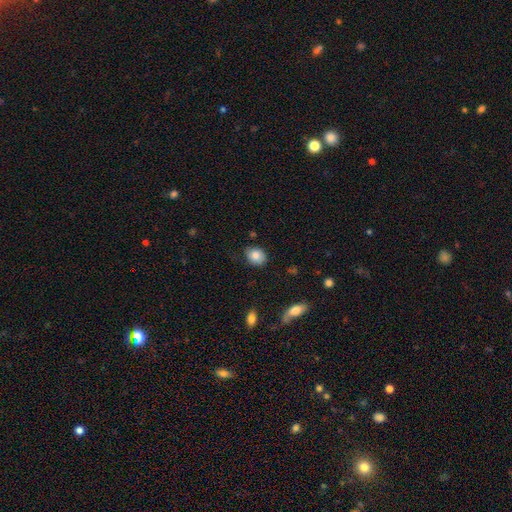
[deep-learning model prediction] Smooth or featured: smooth — 85% (star or artifact — 8%)
How rounded: in between — 55% (round — 44%)
Merging: none — 82% (minor disturbance — 13%)